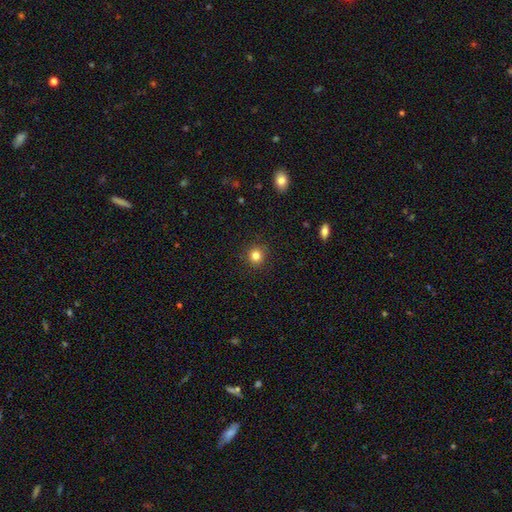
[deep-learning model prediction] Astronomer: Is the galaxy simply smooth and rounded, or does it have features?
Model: smooth — 82%.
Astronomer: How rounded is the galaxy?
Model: round — 92%.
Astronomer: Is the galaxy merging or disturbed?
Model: none — 91%.